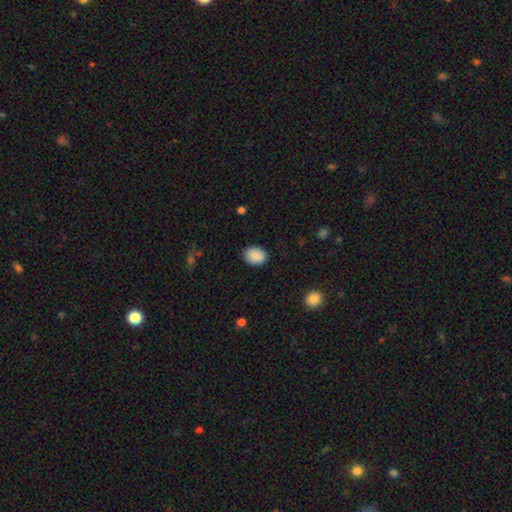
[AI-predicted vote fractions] This is clearly a smooth galaxy (90%). How rounded: likely in between (65%). Merging: clearly none (85%).